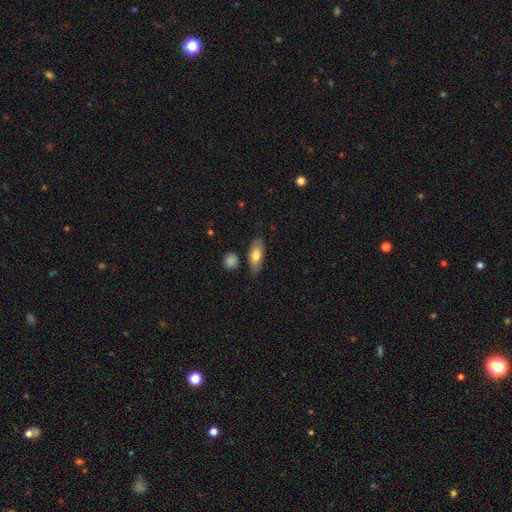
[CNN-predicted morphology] Overall: smooth (70%). How rounded: in between (76%). Merging: none (79%).